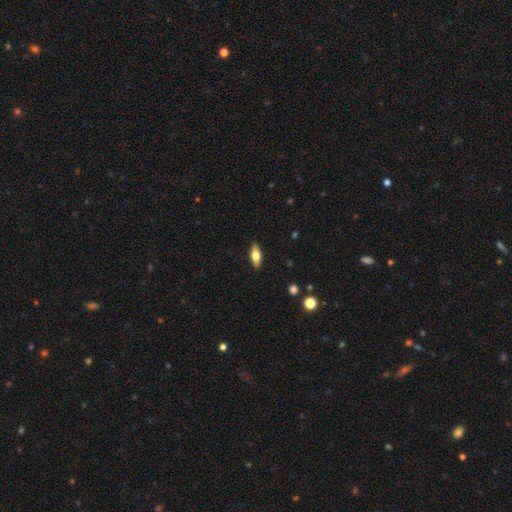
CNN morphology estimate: type=smooth (65%); roundness=in between (73%); merging=none (89%).